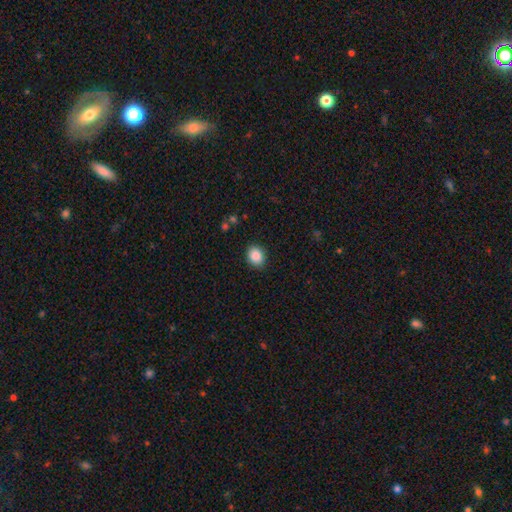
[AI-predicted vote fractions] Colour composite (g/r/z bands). It shows a smooth galaxy with no disk features (88%) that is round (57%). Merging: none (89%).